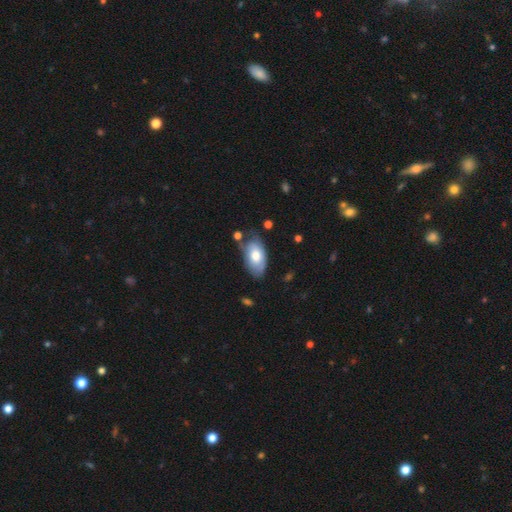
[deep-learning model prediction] Morphology: type=smooth (67%); roundness=in between (94%); merging=none (57%).